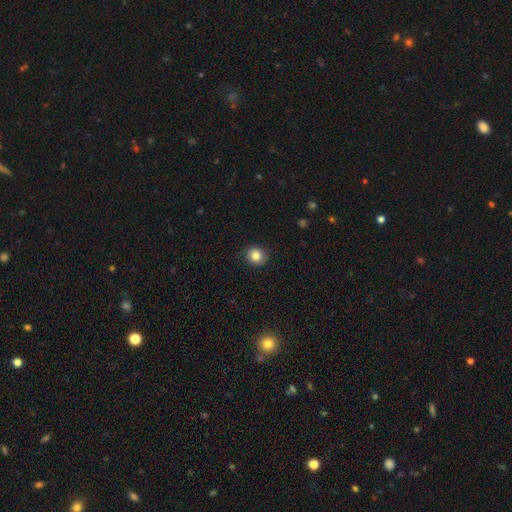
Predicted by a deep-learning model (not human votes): smooth_or_featured: smooth (p=0.83) [alt: star or artifact p=0.10]
how_rounded: round (p=0.84) [alt: in between p=0.15]
merging: none (p=0.88) [alt: minor disturbance p=0.09]